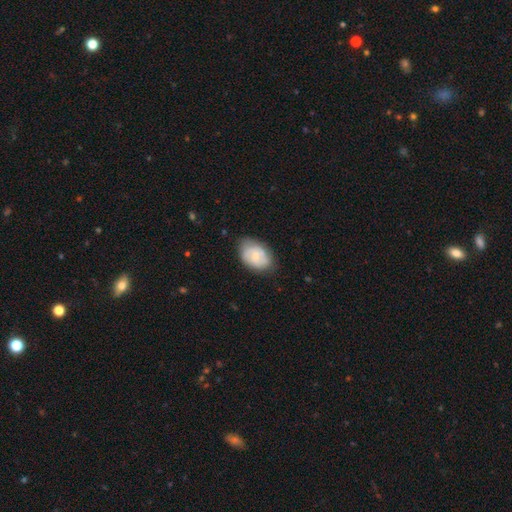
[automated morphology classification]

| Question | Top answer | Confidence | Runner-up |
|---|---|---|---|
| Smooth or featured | featured or disk | 48% | smooth (46%) |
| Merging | none | 72% | minor disturbance (21%) |